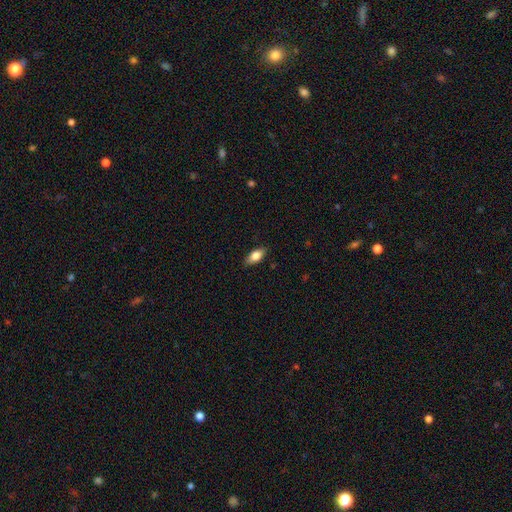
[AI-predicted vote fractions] Smooth or featured? Predicted: smooth (p=0.78). How rounded? Predicted: in between (p=0.83). Merging? Predicted: none (p=0.85).